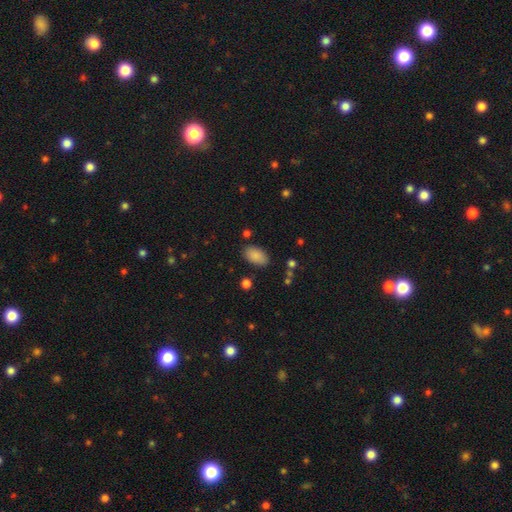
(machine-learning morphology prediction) Smooth or featured? Predicted: smooth (p=0.88). How rounded? Predicted: in between (p=0.94). Merging? Predicted: none (p=0.84).